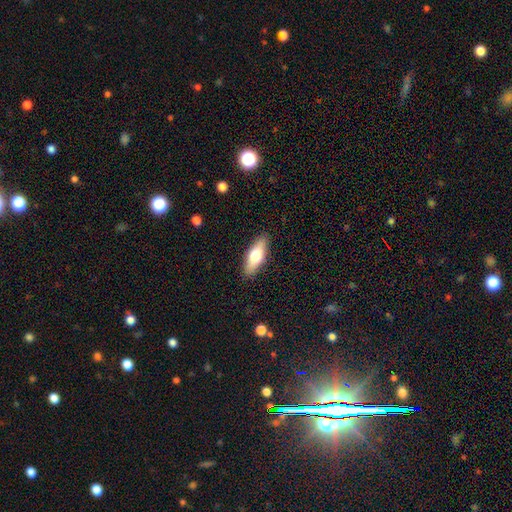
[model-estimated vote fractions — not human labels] Smooth or featured? Predicted: smooth (p=0.61). How rounded? Predicted: in between (p=0.60). Merging? Predicted: none (p=0.89).